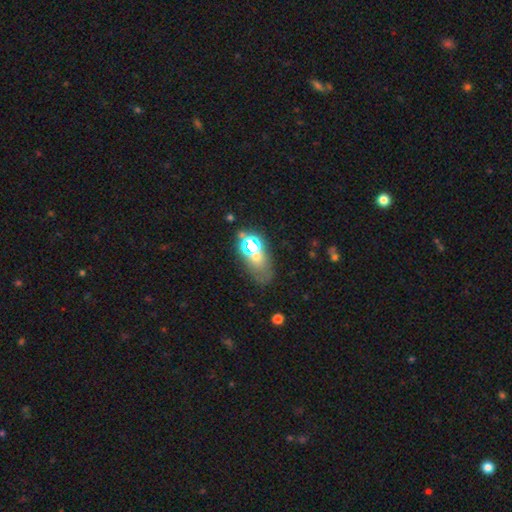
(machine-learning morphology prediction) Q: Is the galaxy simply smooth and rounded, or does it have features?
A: smooth — 48%.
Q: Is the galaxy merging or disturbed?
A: none — 48%.